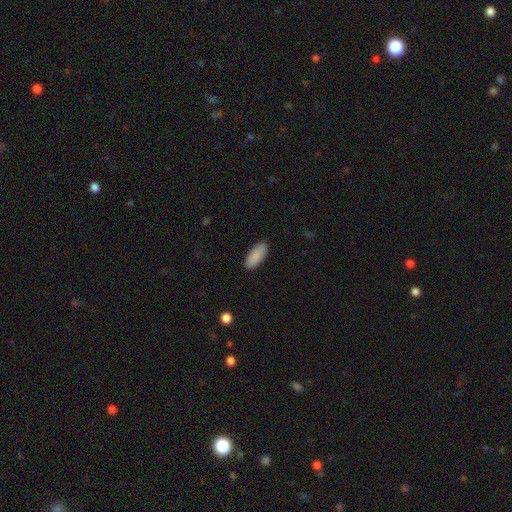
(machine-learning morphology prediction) A smooth galaxy with no disk features (90%) that is in between round and cigar-shaped (87%). Merging: none (89%).